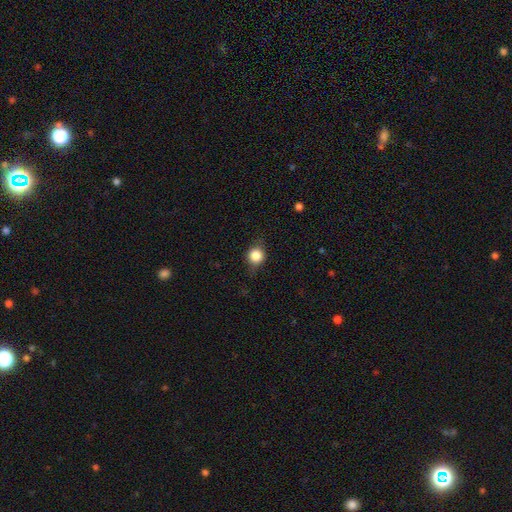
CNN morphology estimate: smooth-or-featured: smooth: 79% | featured or disk: 11% | star or artifact: 10%
  how-rounded: round: 80% | in between: 19% | cigar-shaped: 1%
  merging: none: 73% | minor disturbance: 20% | major disturbance: 6% | merger: 1%